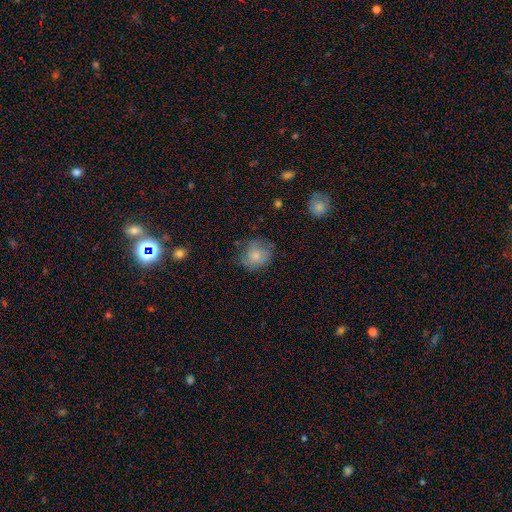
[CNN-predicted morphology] Smooth or featured? smooth (68%)
How rounded? round (78%)
Merging? none (63%)